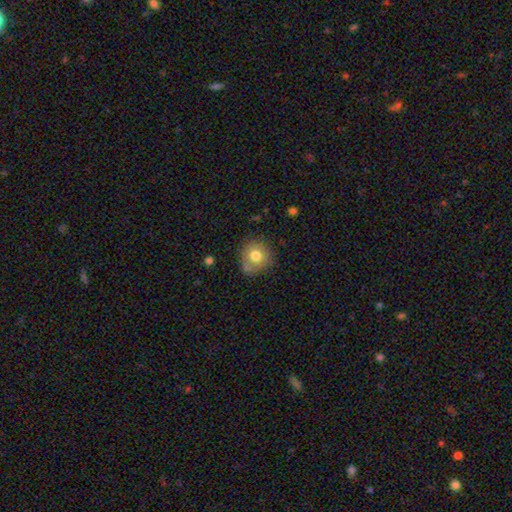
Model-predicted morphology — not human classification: smooth 75%, featured or disk 16%, star or artifact 9%. Down the decision tree: how rounded — round (86%); merging — none (71%).